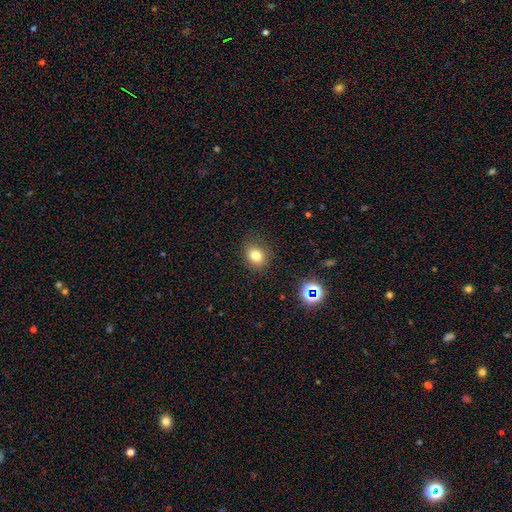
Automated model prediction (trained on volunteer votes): smooth-or-featured: smooth: 78% | star or artifact: 14% | featured or disk: 8%
  how-rounded: round: 55% | in between: 44% | cigar-shaped: 1%
  merging: none: 83% | minor disturbance: 12% | major disturbance: 4% | merger: 1%